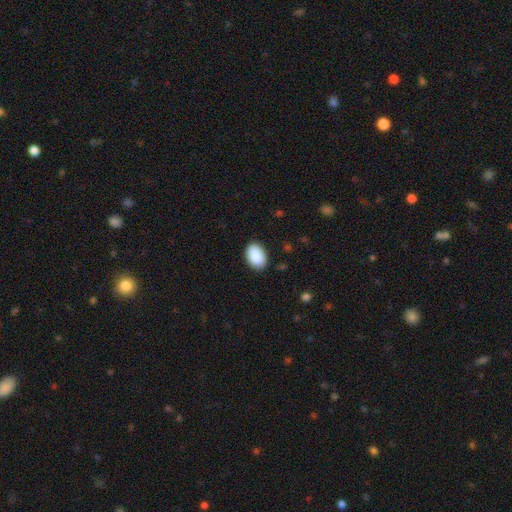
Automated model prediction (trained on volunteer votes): Smooth or featured?
  - smooth: 91% *
  - star or artifact: 7%
  - featured or disk: 3%
How rounded?
  - in between: 89% *
  - round: 10%
  - cigar-shaped: 1%
Merging?
  - none: 88% *
  - minor disturbance: 9%
  - major disturbance: 2%
  - merger: 1%